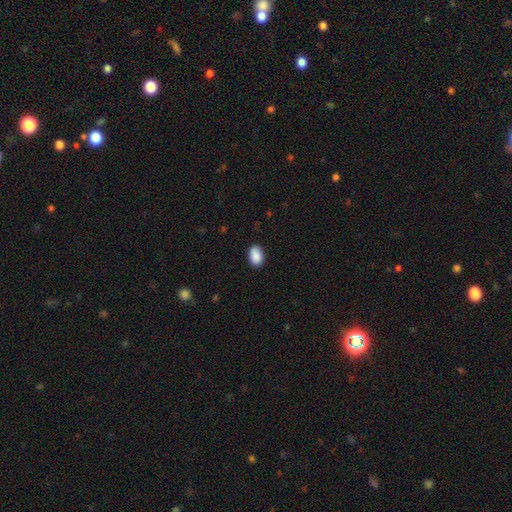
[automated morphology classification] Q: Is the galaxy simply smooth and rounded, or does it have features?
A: smooth — 90%.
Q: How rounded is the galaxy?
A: in between — 88%.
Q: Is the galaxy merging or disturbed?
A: none — 87%.